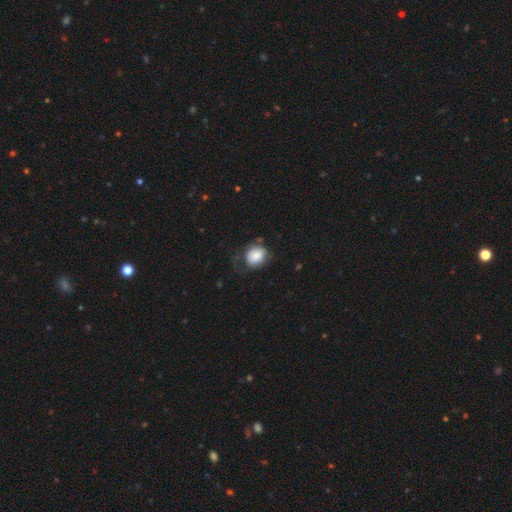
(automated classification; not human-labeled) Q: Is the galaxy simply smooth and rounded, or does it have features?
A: smooth — 81%.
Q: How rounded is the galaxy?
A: round — 53%.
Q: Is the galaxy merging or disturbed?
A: none — 49%.